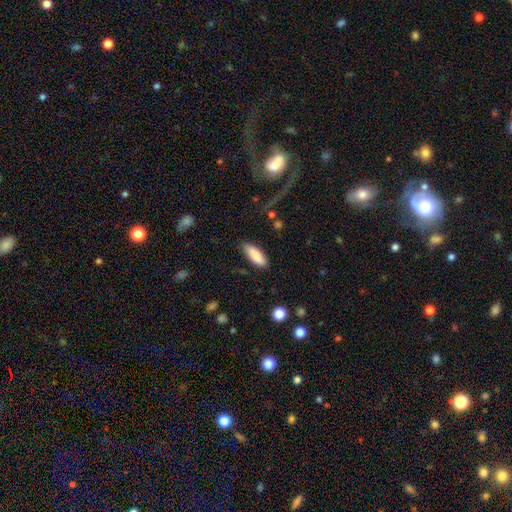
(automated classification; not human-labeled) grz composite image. It shows a smooth galaxy with no disk features (87%) that is in between round and cigar-shaped (65%). Merging: none (85%).